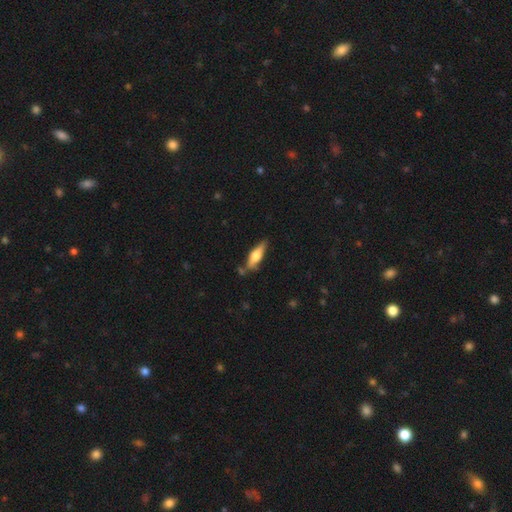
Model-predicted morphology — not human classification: Overall: smooth (54%; featured or disk 40%). How rounded: cigar-shaped (56%; in between 42%). Merging: none (70%).